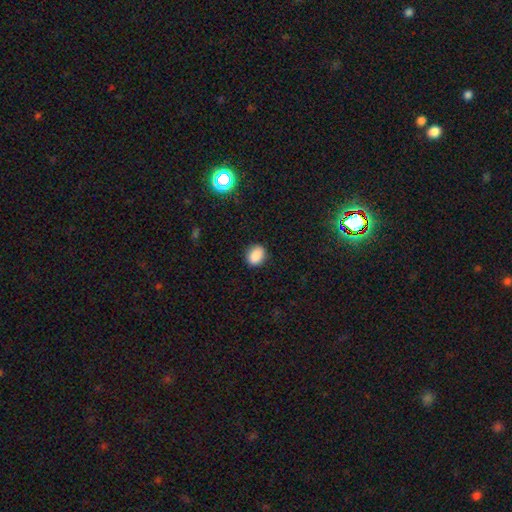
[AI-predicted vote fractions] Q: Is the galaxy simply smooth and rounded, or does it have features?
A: smooth — 87%.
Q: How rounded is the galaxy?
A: in between — 57%.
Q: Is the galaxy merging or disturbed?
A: none — 87%.